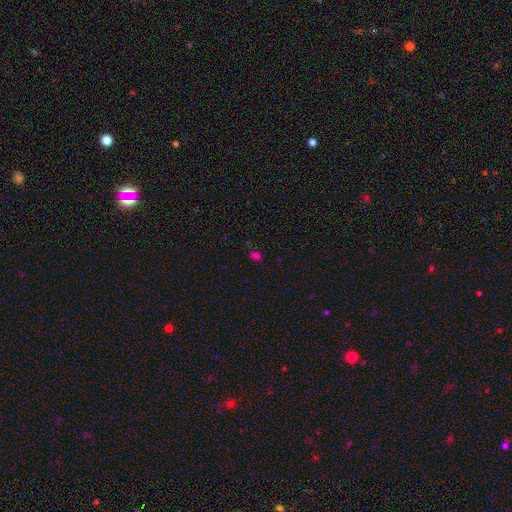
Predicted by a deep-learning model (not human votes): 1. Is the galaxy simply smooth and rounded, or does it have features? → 66% smooth, 29% star or artifact, 5% featured or disk.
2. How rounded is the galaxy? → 72% in between, 27% round, 2% cigar-shaped.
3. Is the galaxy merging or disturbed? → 76% none, 14% minor disturbance, 5% merger, 5% major disturbance.